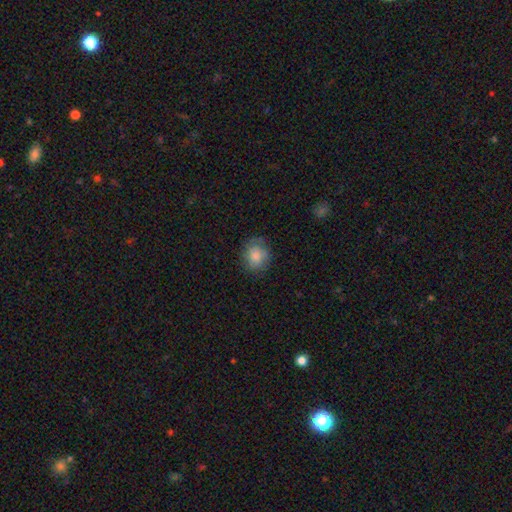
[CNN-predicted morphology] Q: Smooth or featured?
A: smooth (82%); runner-up: featured or disk (10%)
Q: How rounded?
A: round (77%); runner-up: in between (23%)
Q: Merging?
A: none (75%); runner-up: minor disturbance (18%)